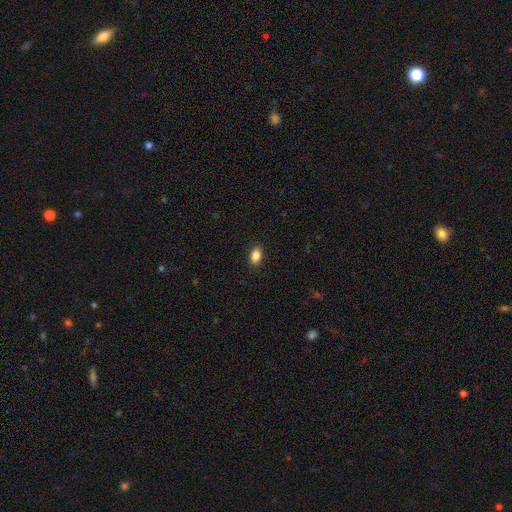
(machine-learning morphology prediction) smooth-or-featured: smooth: 86% | star or artifact: 9% | featured or disk: 5%
  how-rounded: in between: 86% | round: 13% | cigar-shaped: 2%
  merging: none: 89% | minor disturbance: 8% | major disturbance: 2% | merger: 1%